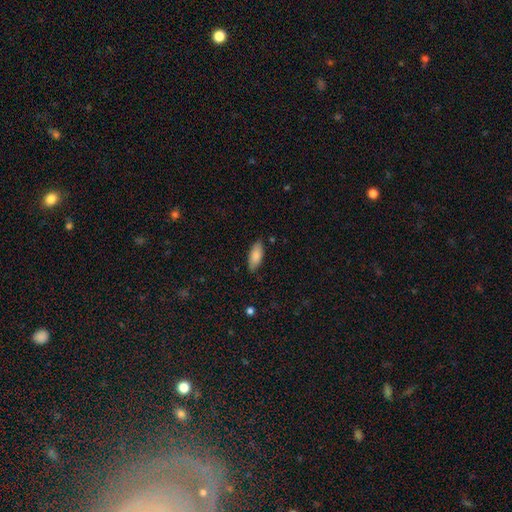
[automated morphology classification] A smooth galaxy with no disk features (85%) that is in between round and cigar-shaped (82%).

Vote fractions:
- Smooth or featured? smooth: 85% / featured or disk: 9% / star or artifact: 6%
- How rounded? in between: 82% / cigar-shaped: 17% / round: 2%
- Merging? none: 84% / minor disturbance: 13% / major disturbance: 2% / merger: 1%